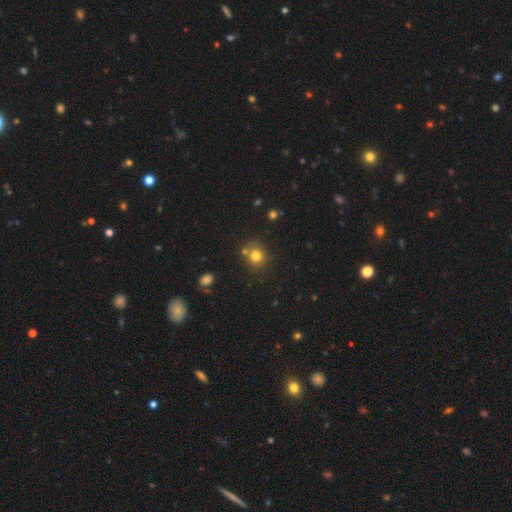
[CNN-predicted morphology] This is likely a smooth galaxy (78%). How rounded: clearly round (82%). Merging: likely none (67%).